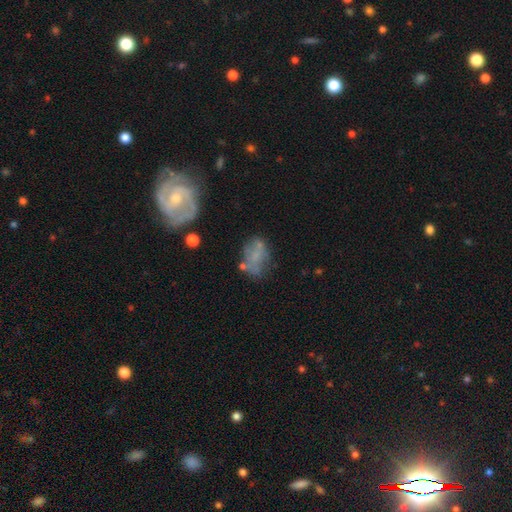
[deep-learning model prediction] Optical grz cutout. It shows a smooth galaxy with no disk features (47%). Merging: none (42%).